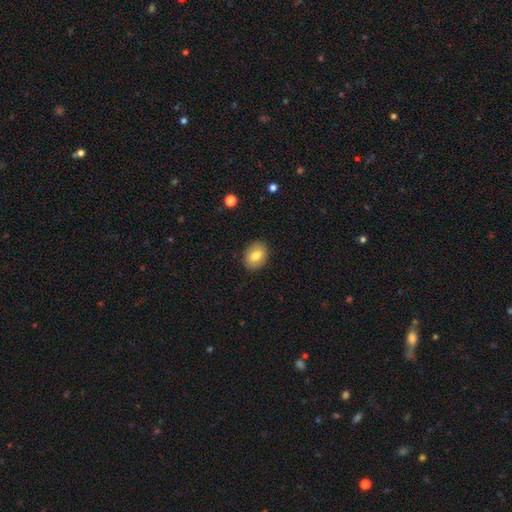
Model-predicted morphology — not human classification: The model was most divided on "how rounded": in between: 66%, round: 33%, cigar-shaped: 1%. More confident: merging — none (88%); smooth or featured — smooth (80%).